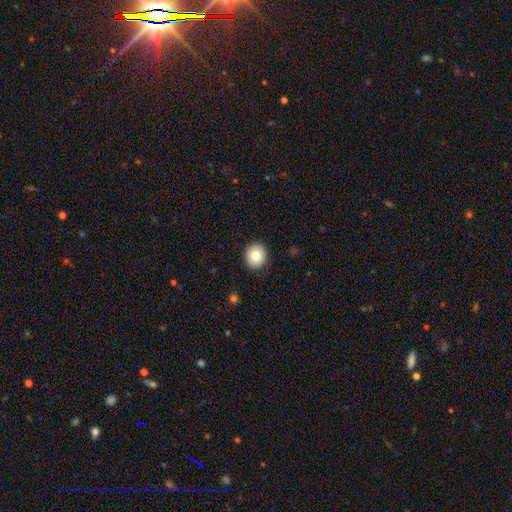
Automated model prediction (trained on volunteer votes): Smooth or featured? smooth (78%)
How rounded? round (89%)
Merging? none (91%)